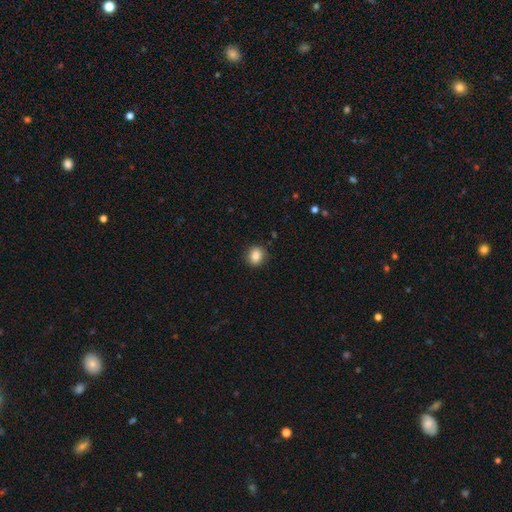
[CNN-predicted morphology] type=smooth (85%); roundness=round (76%); merging=none (90%).